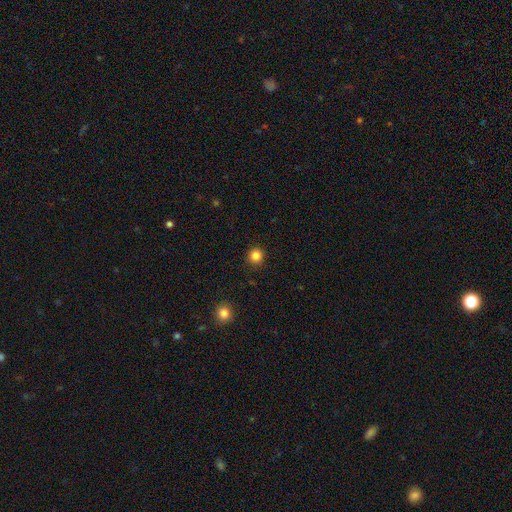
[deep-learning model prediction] The model was most divided on "smooth or featured": smooth: 84%, star or artifact: 12%, featured or disk: 4%. More confident: how rounded — round (94%); merging — none (92%).